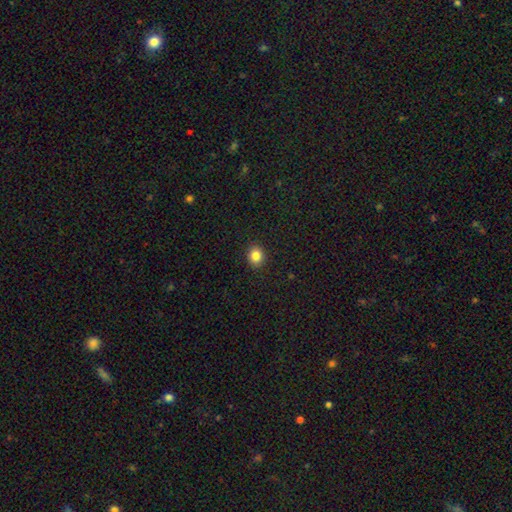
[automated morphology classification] Smooth or featured: smooth — 84% (star or artifact — 11%)
How rounded: round — 70% (in between — 29%)
Merging: none — 92% (minor disturbance — 6%)